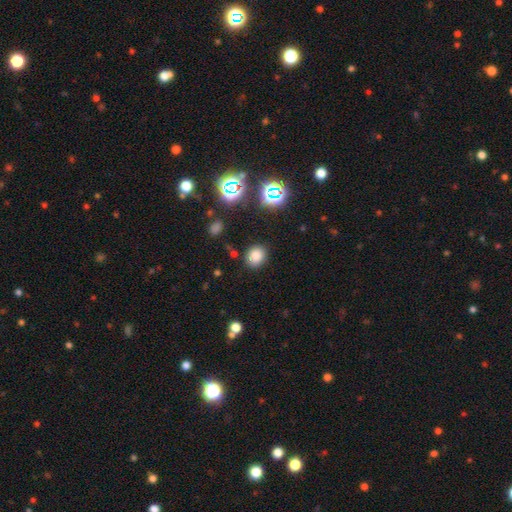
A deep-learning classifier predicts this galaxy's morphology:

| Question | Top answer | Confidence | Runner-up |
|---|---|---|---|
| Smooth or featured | smooth | 78% | star or artifact (16%) |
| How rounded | round | 63% | in between (36%) |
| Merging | none | 85% | minor disturbance (10%) |